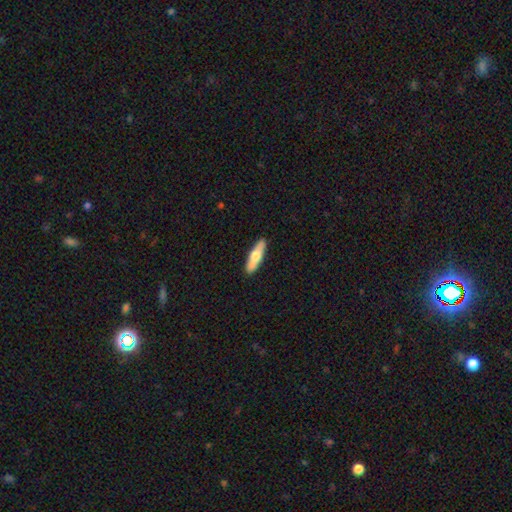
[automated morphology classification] Smooth or featured? Predicted: smooth (p=0.59). How rounded? Predicted: cigar-shaped (p=0.66). Merging? Predicted: none (p=0.90).